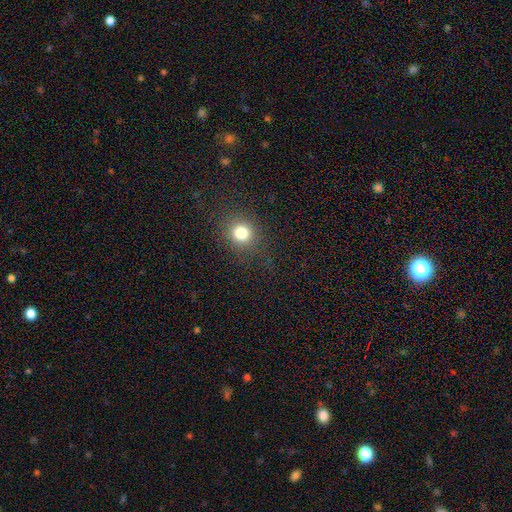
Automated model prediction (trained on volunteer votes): The model was most divided on "smooth or featured": smooth: 66%, star or artifact: 28%, featured or disk: 6%. More confident: merging — none (87%); how rounded — round (83%).